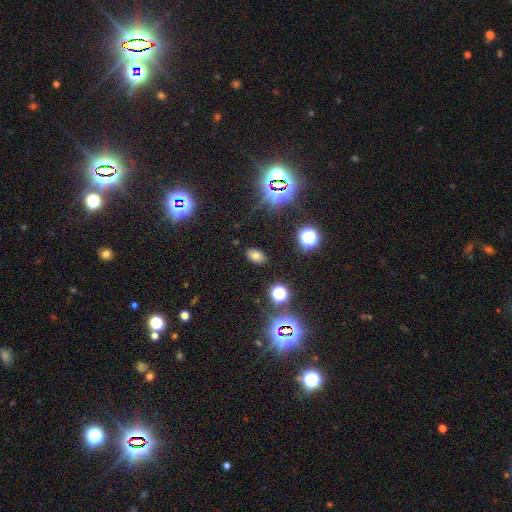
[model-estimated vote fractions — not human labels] smooth_or_featured: smooth (p=0.62) [alt: star or artifact p=0.28]
how_rounded: in between (p=0.87) [alt: round p=0.12]
merging: none (p=0.87) [alt: minor disturbance p=0.09]